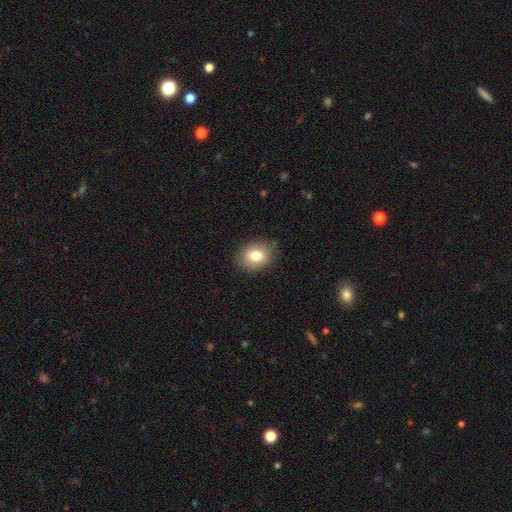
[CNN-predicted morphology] A smooth galaxy with no disk features (79%) that is in between round and cigar-shaped (64%). Merging: none (83%).